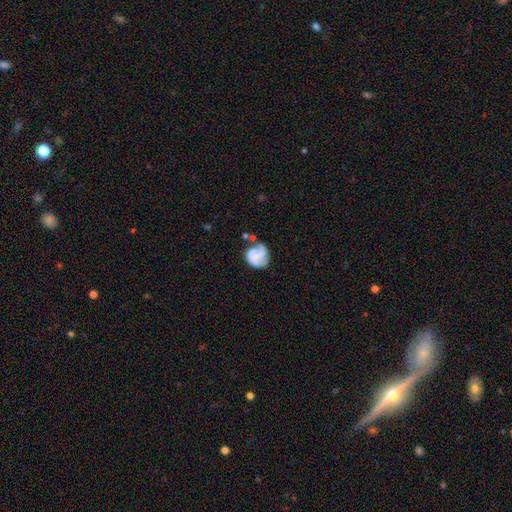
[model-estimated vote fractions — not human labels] Morphology: type=featured or disk (54%); edge-on=no (98%); bar=no (72%); spiral arms=yes (81%); bulge=none (46%); merging=none (51%).